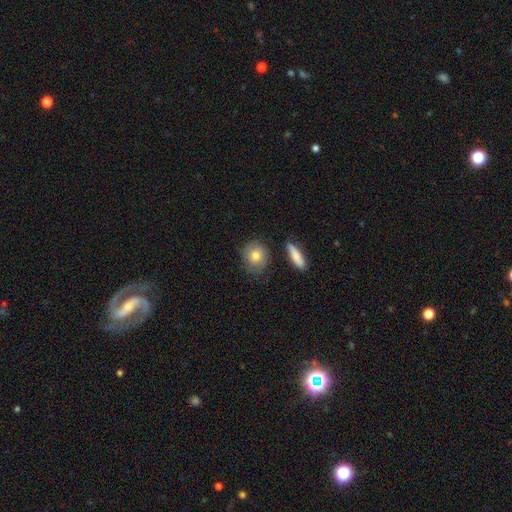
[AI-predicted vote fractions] A smooth galaxy with no disk features (77%) that is round (80%).

Vote fractions:
- Smooth or featured? smooth: 77% / featured or disk: 14% / star or artifact: 8%
- How rounded? round: 80% / in between: 18% / cigar-shaped: 2%
- Merging? none: 78% / minor disturbance: 14% / merger: 5% / major disturbance: 4%